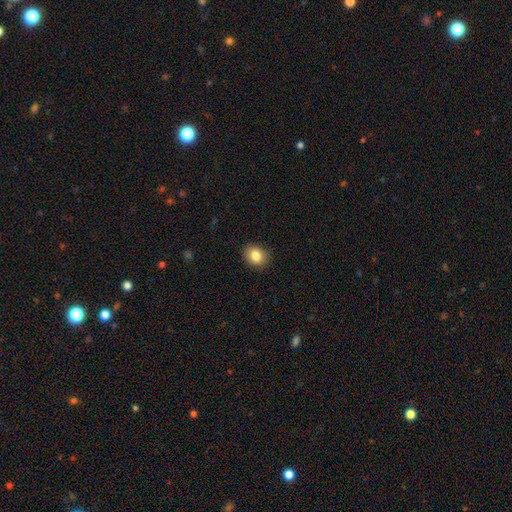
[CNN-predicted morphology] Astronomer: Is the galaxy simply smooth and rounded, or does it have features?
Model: smooth — 84%.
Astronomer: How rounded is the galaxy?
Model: round — 52% (runner-up: in between, 47%).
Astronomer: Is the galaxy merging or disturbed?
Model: none — 88%.